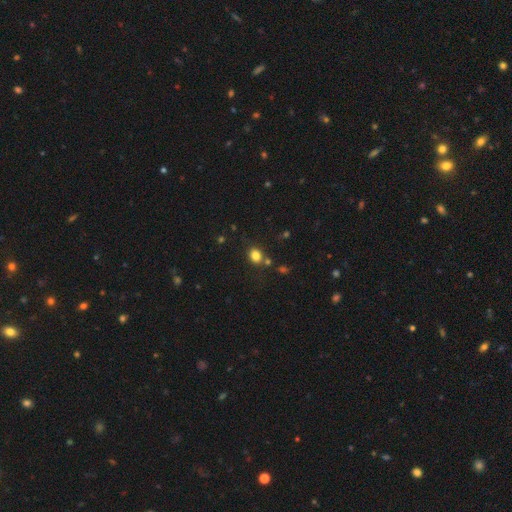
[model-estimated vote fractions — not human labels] smooth 81%, star or artifact 13%, featured or disk 6%. Down the decision tree: how rounded — round (57%); merging — none (73%).